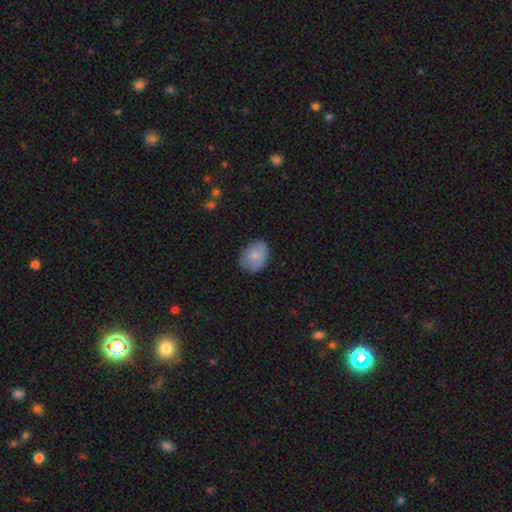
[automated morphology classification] Smooth or featured? Predicted: smooth (p=0.80). How rounded? Predicted: in between (p=0.57). Merging? Predicted: none (p=0.72).